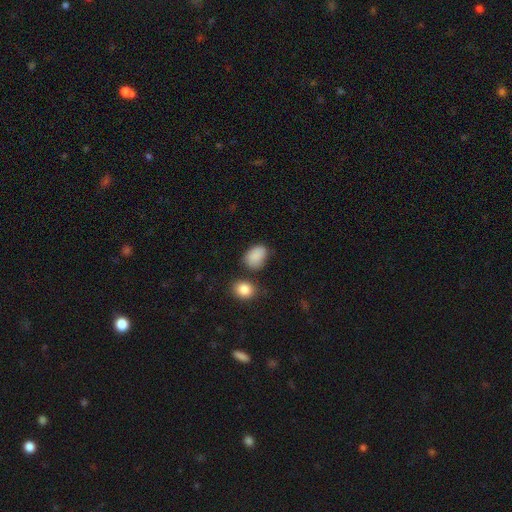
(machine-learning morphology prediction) Smooth or featured?
  - smooth: 87% *
  - star or artifact: 8%
  - featured or disk: 5%
How rounded?
  - in between: 78% *
  - round: 21%
  - cigar-shaped: 1%
Merging?
  - none: 64% *
  - minor disturbance: 22%
  - merger: 9%
  - major disturbance: 6%